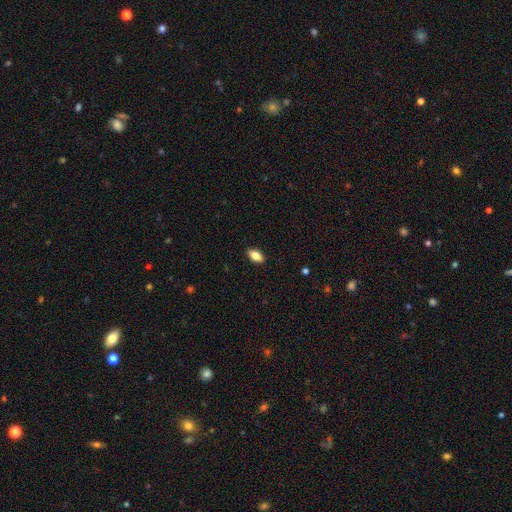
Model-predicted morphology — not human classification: A smooth galaxy with no disk features (81%) that is in between round and cigar-shaped (89%). Merging: none (89%).